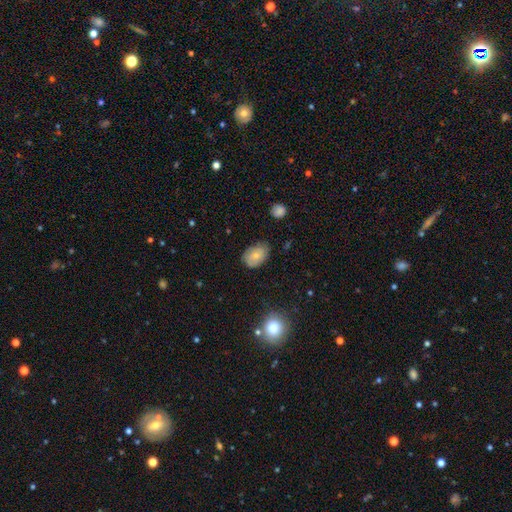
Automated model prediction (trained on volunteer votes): This appears to be a smooth galaxy with no disk features (65%) that is in between round and cigar-shaped (79%). Merging: none (64%).